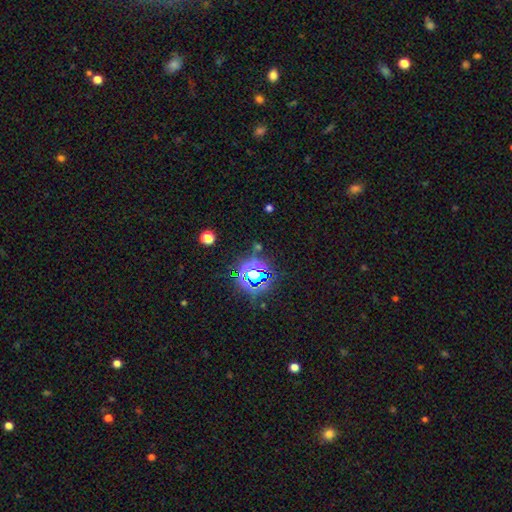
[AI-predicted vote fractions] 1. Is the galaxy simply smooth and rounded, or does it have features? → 77% star or artifact, 15% smooth, 8% featured or disk.